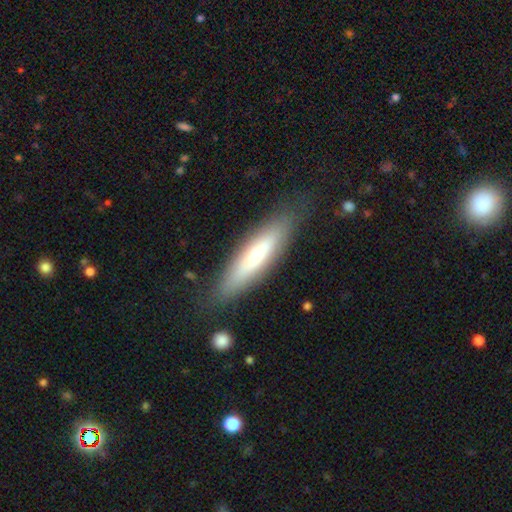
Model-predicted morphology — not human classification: type=smooth (63%); roundness=cigar-shaped (73%); merging=none (80%).